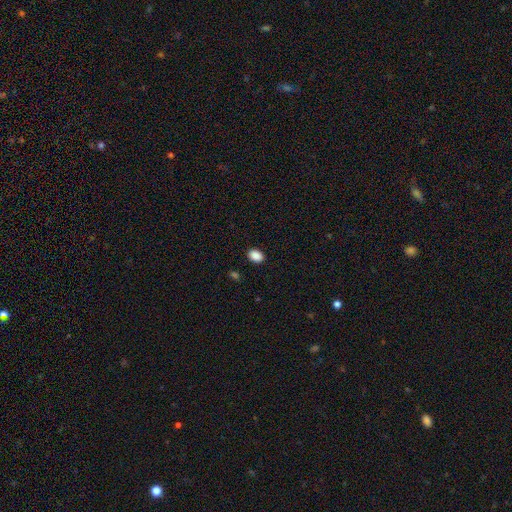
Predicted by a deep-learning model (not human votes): smooth_or_featured: smooth (p=0.89) [alt: star or artifact p=0.08]
how_rounded: in between (p=0.77) [alt: round p=0.22]
merging: none (p=0.89) [alt: minor disturbance p=0.08]